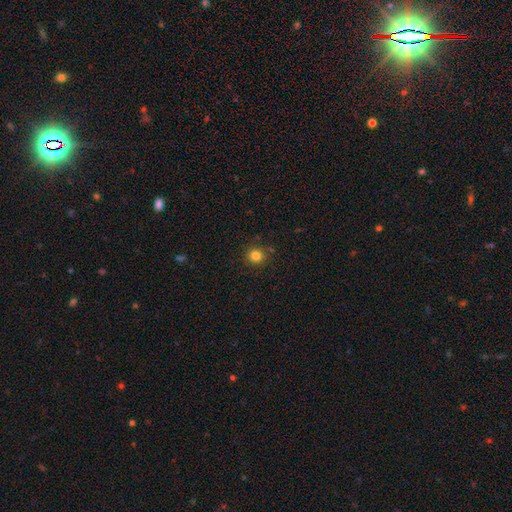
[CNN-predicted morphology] Smooth or featured?
  - smooth: 82% *
  - star or artifact: 13%
  - featured or disk: 5%
How rounded?
  - round: 92% *
  - in between: 7%
  - cigar-shaped: 1%
Merging?
  - none: 87% *
  - minor disturbance: 8%
  - merger: 2%
  - major disturbance: 2%